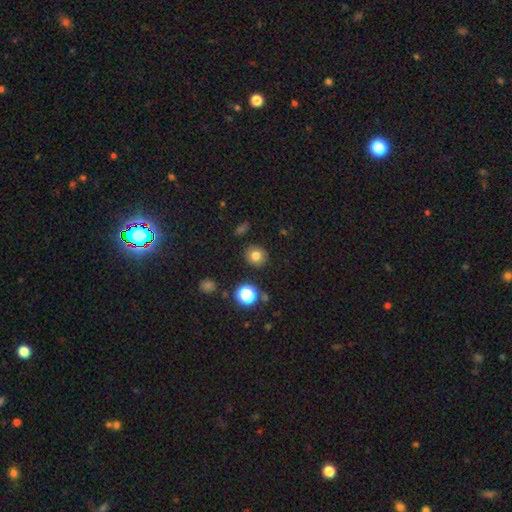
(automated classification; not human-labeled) Q: Smooth or featured?
A: smooth (77%); runner-up: star or artifact (14%)
Q: How rounded?
A: round (83%); runner-up: in between (16%)
Q: Merging?
A: none (87%); runner-up: minor disturbance (9%)